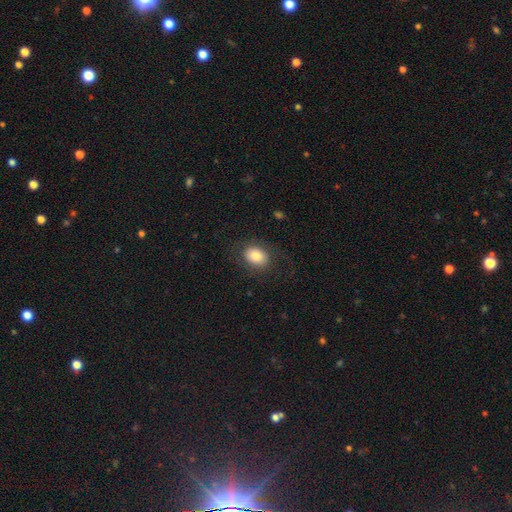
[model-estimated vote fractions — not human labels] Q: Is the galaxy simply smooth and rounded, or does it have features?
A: smooth — 82%.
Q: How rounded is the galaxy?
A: in between — 64%.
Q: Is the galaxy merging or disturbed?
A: none — 79%.